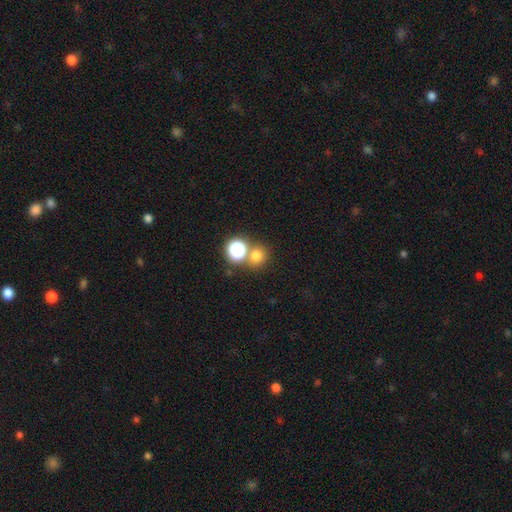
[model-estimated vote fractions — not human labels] Smooth or featured?
  - smooth: 72% *
  - star or artifact: 21%
  - featured or disk: 7%
How rounded?
  - round: 82% *
  - in between: 17%
  - cigar-shaped: 1%
Merging?
  - none: 62% *
  - merger: 28%
  - minor disturbance: 7%
  - major disturbance: 3%